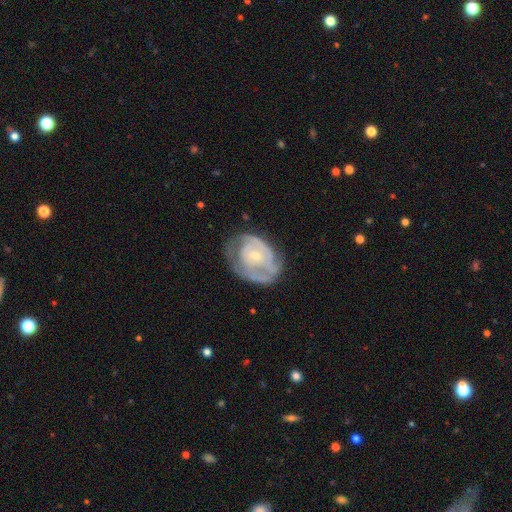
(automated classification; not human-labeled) Smooth or featured? featured or disk (77%)
Edge-on disk? no (97%)
Bar? no (74%)
Spiral arms? yes (80%)
Spiral winding? tight (60%)
Spiral arm count? can't tell (41%)
Bulge size? small (69%)
Merging? none (53%)